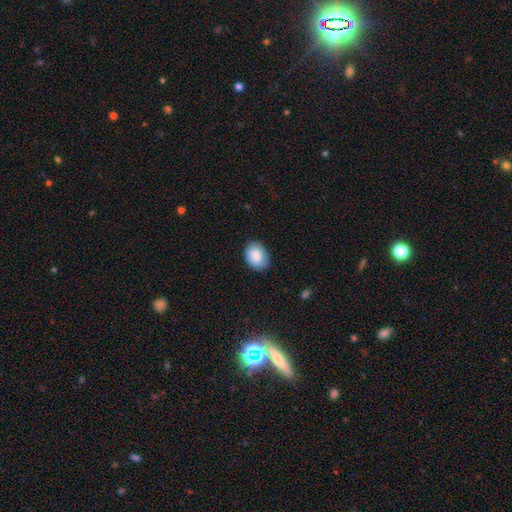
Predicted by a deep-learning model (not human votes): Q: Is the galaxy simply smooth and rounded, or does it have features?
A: smooth — 85%.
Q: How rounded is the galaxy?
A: in between — 70%.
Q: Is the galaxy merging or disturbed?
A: none — 83%.